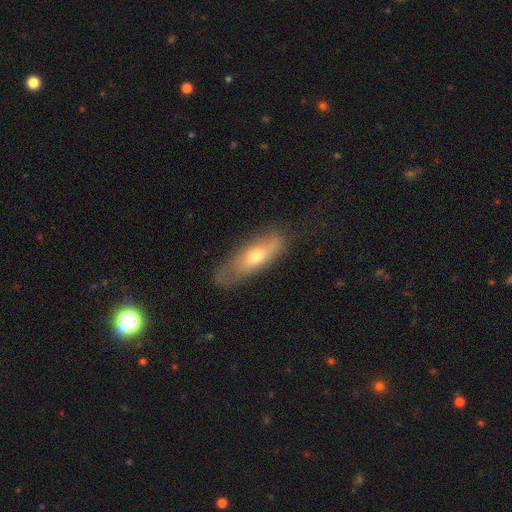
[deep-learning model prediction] Morphology: type=smooth (55%); roundness=in between (56%); merging=none (54%).